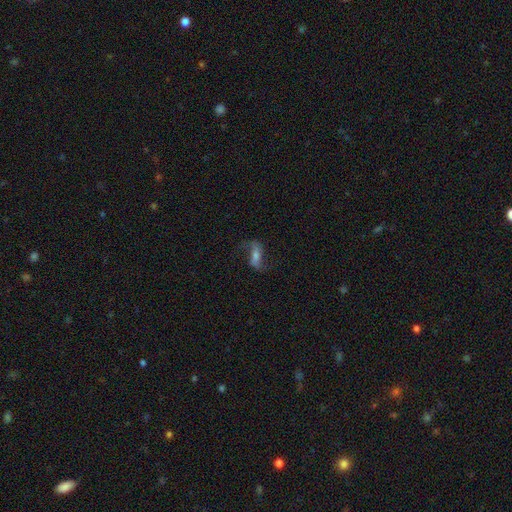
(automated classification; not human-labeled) A featured or disk galaxy (62%) with a strong bar (44%), spiral arms (86%) and a moderate central bulge (43%).

Vote fractions:
- Smooth or featured? featured or disk: 62% / smooth: 28% / star or artifact: 9%
- Edge-on disk? no: 87% / yes: 13%
- Bar? strong: 44% / weak: 33% / no: 23%
- Spiral arms? yes: 86% / no: 14%
- Bulge size? moderate: 43% / small: 34% / large: 11% / none: 10% / dominant: 2%
- Merging? none: 69% / minor disturbance: 16% / major disturbance: 13% / merger: 2%